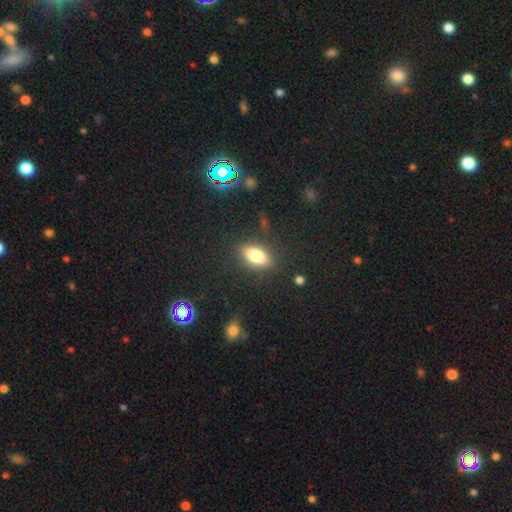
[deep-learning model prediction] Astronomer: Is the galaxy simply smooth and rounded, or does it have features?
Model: smooth — 75%.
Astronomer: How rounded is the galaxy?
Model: in between — 84%.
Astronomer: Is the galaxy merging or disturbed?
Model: none — 84%.